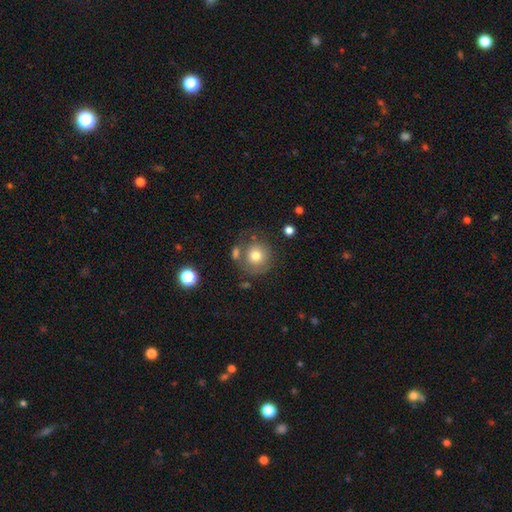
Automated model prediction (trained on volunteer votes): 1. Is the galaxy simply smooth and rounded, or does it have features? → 75% smooth, 15% featured or disk, 10% star or artifact.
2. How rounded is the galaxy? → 91% round, 9% in between, 1% cigar-shaped.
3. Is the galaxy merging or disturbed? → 65% none, 15% minor disturbance, 12% merger, 8% major disturbance.